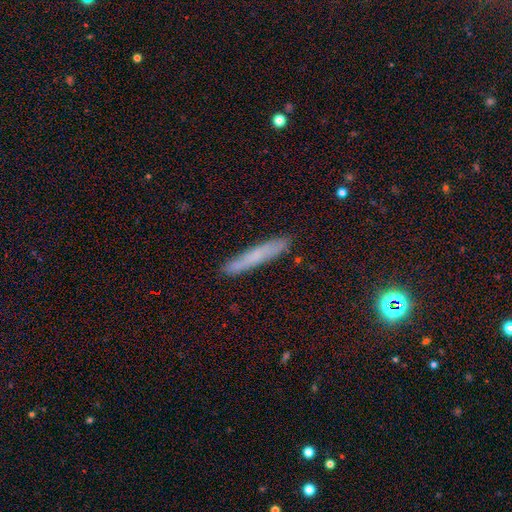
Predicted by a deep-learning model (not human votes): smooth 61%, featured or disk 28%, star or artifact 11%. Down the decision tree: how rounded — cigar-shaped (94%); merging — none (88%).